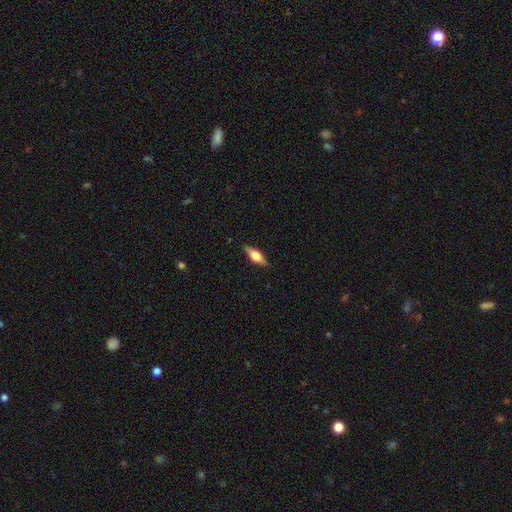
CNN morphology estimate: Overall: featured or disk (52%; smooth 41%). Edge-on disk: yes (93%). Merging: none (87%).